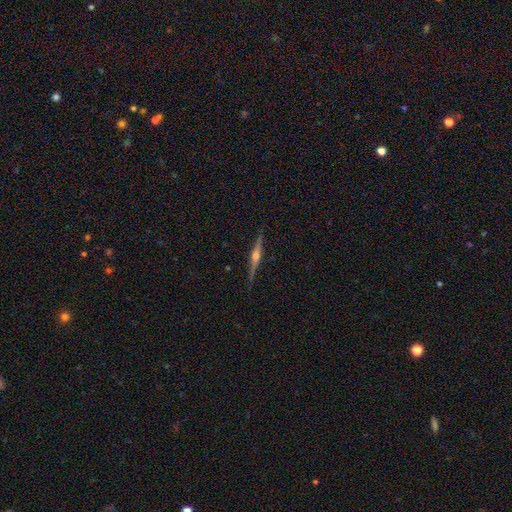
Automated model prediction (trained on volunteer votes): Morphology: type=featured or disk (82%); edge-on=yes (98%); edge-on bulge=rounded (93%); merging=none (89%).